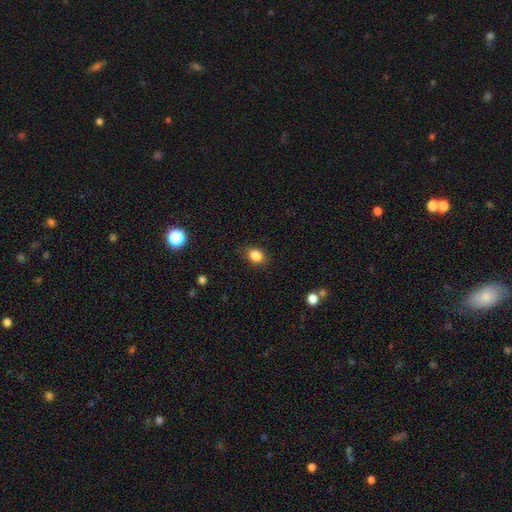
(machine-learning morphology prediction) This is clearly a smooth galaxy (85%). How rounded: possibly in between (60%). Merging: clearly none (83%).